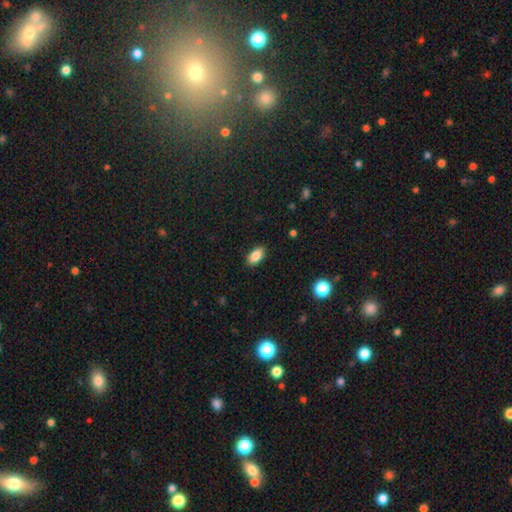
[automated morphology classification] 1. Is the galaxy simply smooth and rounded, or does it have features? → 87% smooth, 8% star or artifact, 5% featured or disk.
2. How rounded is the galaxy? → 92% in between, 4% round, 4% cigar-shaped.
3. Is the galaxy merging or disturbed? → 88% none, 9% minor disturbance, 2% major disturbance, 1% merger.